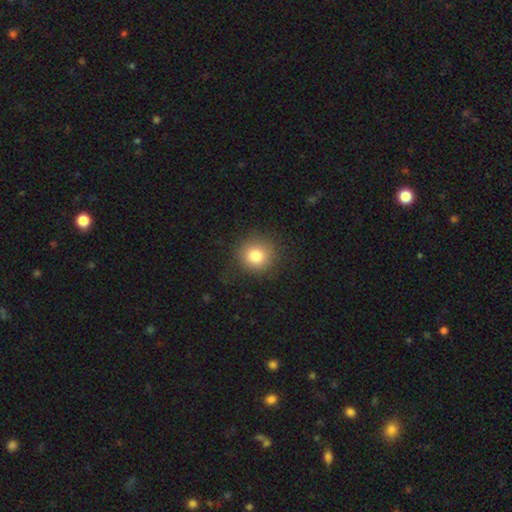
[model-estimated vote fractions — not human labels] smooth 81%, star or artifact 11%, featured or disk 8%. Down the decision tree: how rounded — round (89%); merging — none (82%).